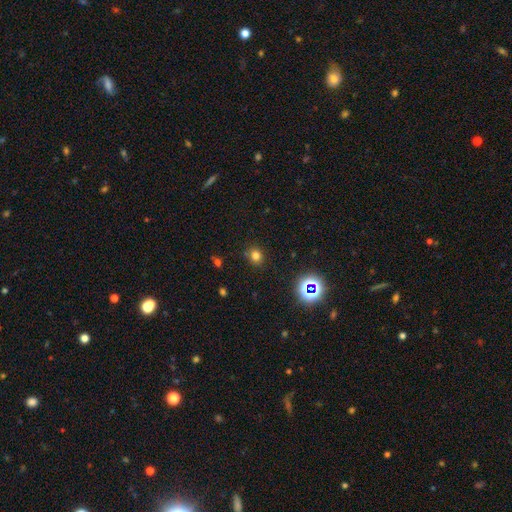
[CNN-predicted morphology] A smooth galaxy with no disk features (73%) that is round (77%). Merging: none (84%).